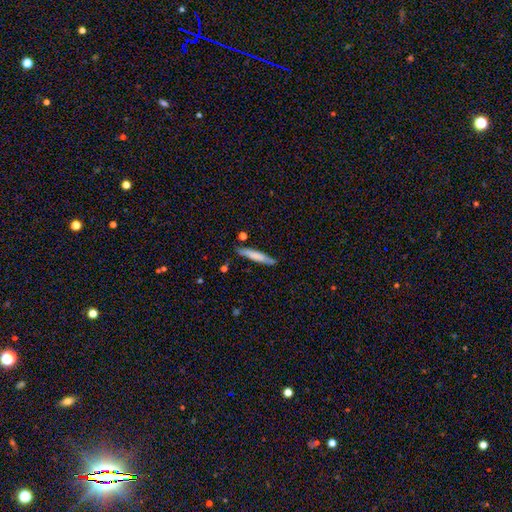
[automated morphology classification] A smooth galaxy with no disk features (69%) that is cigar-shaped (91%).

Vote fractions:
- Smooth or featured? smooth: 69% / featured or disk: 25% / star or artifact: 6%
- How rounded? cigar-shaped: 91% / in between: 8% / round: 1%
- Merging? none: 78% / minor disturbance: 16% / merger: 4% / major disturbance: 3%